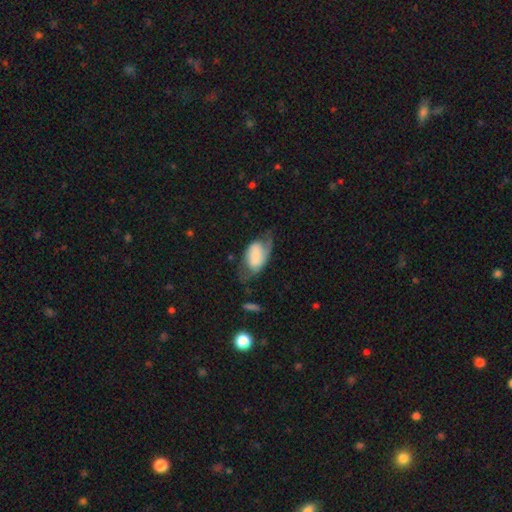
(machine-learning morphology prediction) smooth-or-featured: featured or disk: 53% | smooth: 40% | star or artifact: 7%
  disk-edge-on: no: 95% | yes: 5%
  merging: none: 39% | major disturbance: 31% | minor disturbance: 28% | merger: 3%